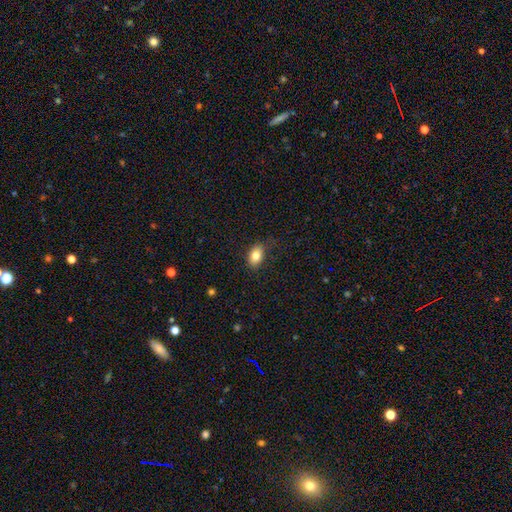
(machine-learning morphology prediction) smooth-or-featured: smooth: 81% | featured or disk: 10% | star or artifact: 9%
  how-rounded: in between: 85% | round: 14% | cigar-shaped: 2%
  merging: none: 79% | minor disturbance: 16% | major disturbance: 4% | merger: 1%